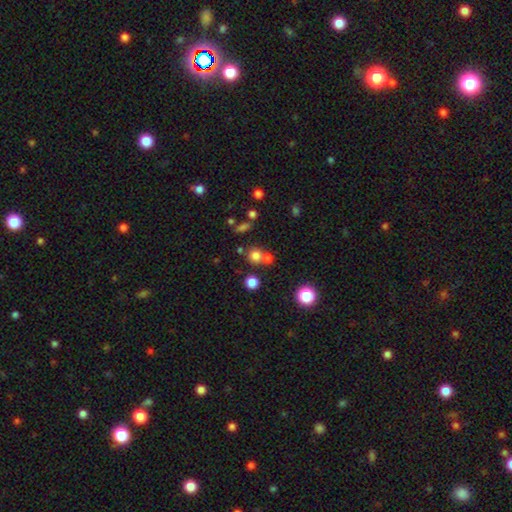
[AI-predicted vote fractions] Smooth or featured?
  - smooth: 72% *
  - star or artifact: 18%
  - featured or disk: 9%
How rounded?
  - round: 88% *
  - in between: 11%
  - cigar-shaped: 1%
Merging?
  - none: 60% *
  - merger: 29%
  - minor disturbance: 7%
  - major disturbance: 3%